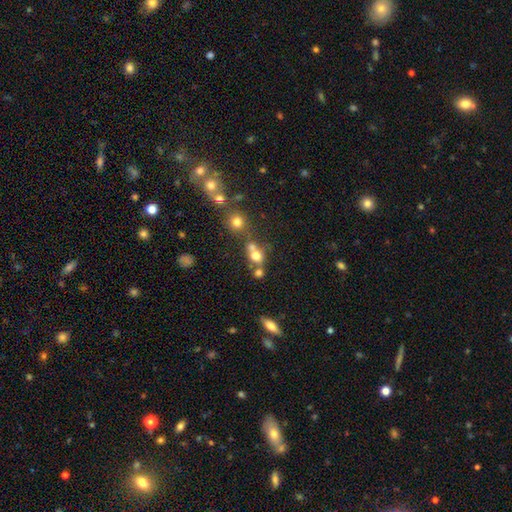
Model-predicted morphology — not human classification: Smooth or featured: smooth — 68% (featured or disk — 16%)
How rounded: round — 67% (in between — 30%)
Merging: merger — 44% (none — 39%)